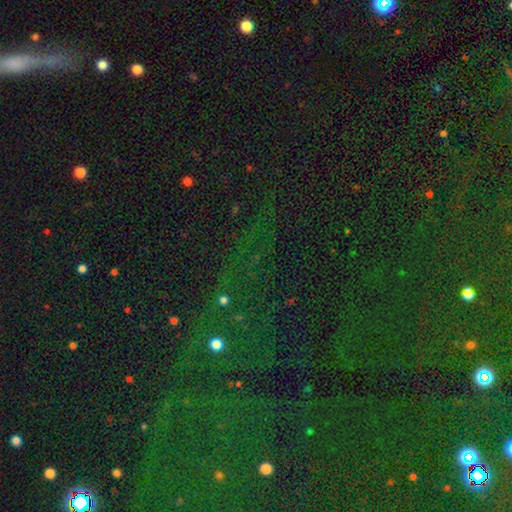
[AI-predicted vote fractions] A star or artifact, not a galaxy (84%).

Vote fractions:
- Smooth or featured? star or artifact: 84% / smooth: 9% / featured or disk: 7%